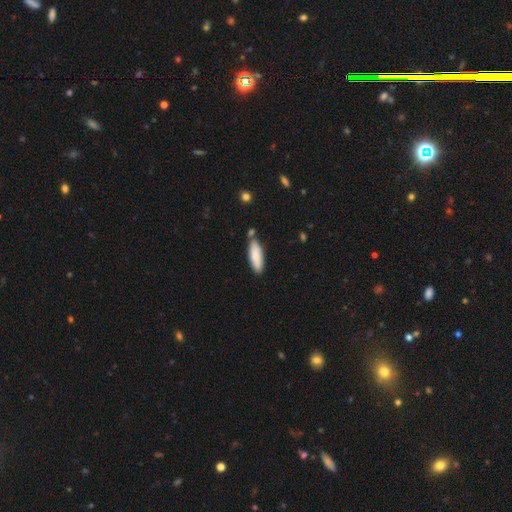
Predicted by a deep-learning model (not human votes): A smooth galaxy with no disk features (82%) that is in between round and cigar-shaped (50%).

Vote fractions:
- Smooth or featured? smooth: 82% / featured or disk: 12% / star or artifact: 6%
- How rounded? in between: 50% / cigar-shaped: 49% / round: 1%
- Merging? none: 73% / minor disturbance: 15% / merger: 9% / major disturbance: 3%